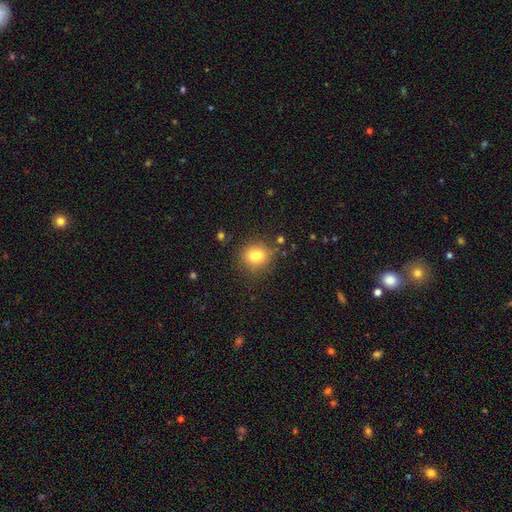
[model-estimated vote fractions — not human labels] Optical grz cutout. It shows a smooth galaxy with no disk features (75%) that is round (70%). Merging: none (58%).